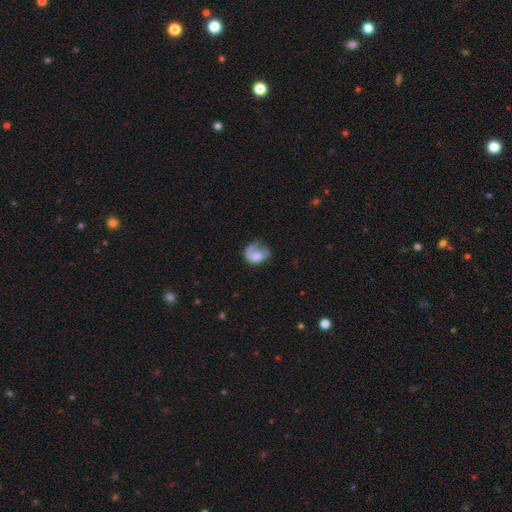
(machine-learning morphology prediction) smooth-or-featured: smooth: 55% | featured or disk: 36% | star or artifact: 9%
  how-rounded: in between: 51% | round: 48% | cigar-shaped: 1%
  merging: major disturbance: 42% | none: 29% | minor disturbance: 25% | merger: 5%